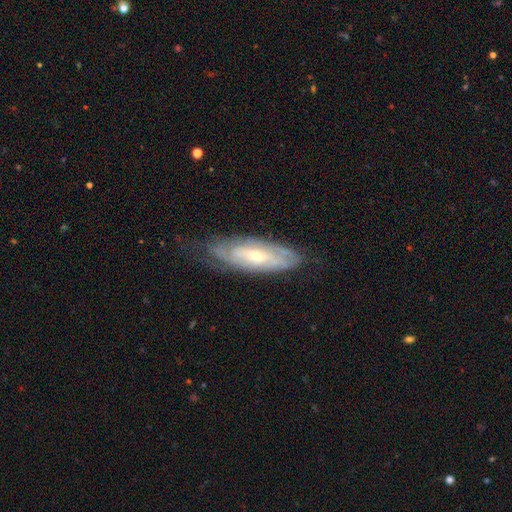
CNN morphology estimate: smooth-or-featured: featured or disk: 72% | smooth: 22% | star or artifact: 6%
  disk-edge-on: no: 79% | yes: 21%
    bar: no: 50% | weak: 36% | strong: 14%
    has-spiral-arms: yes: 81% | no: 19%
    bulge-size: small: 59% | moderate: 37% | large: 2% | none: 1% | dominant: 1%
  merging: none: 65% | minor disturbance: 25% | major disturbance: 9% | merger: 1%